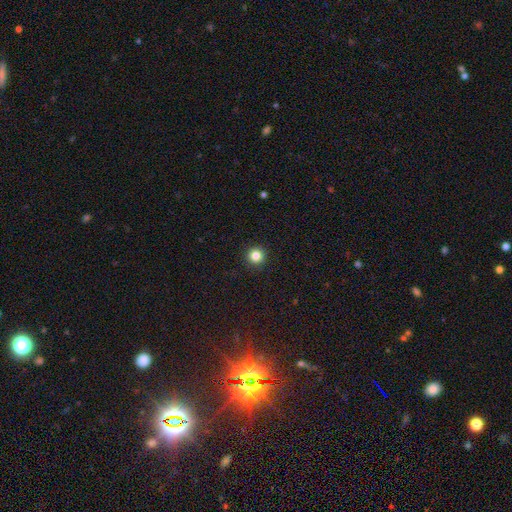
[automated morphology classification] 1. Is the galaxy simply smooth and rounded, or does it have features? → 83% smooth, 12% star or artifact, 5% featured or disk.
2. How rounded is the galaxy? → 96% round, 3% in between, 1% cigar-shaped.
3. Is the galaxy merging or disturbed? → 94% none, 4% minor disturbance, 1% major disturbance, 1% merger.